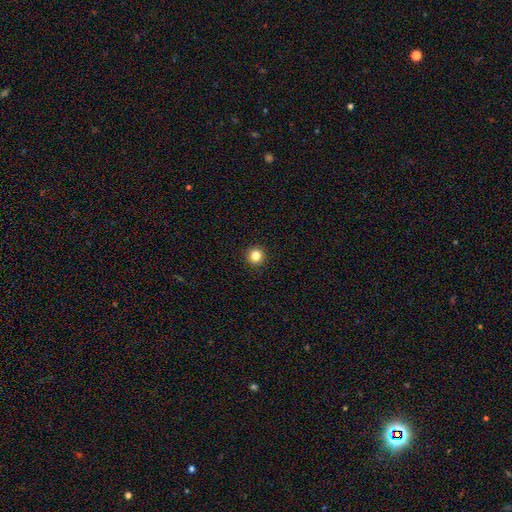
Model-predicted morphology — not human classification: A smooth galaxy with no disk features (83%) that is round (95%).

Vote fractions:
- Smooth or featured? smooth: 83% / star or artifact: 12% / featured or disk: 5%
- How rounded? round: 95% / in between: 4% / cigar-shaped: 1%
- Merging? none: 94% / minor disturbance: 4% / major disturbance: 1% / merger: 1%